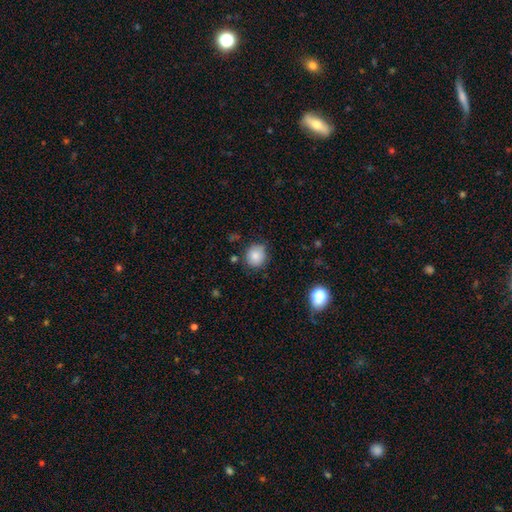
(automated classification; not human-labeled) This appears to be a smooth galaxy with no disk features (83%) that is round (85%). Merging: none (79%).